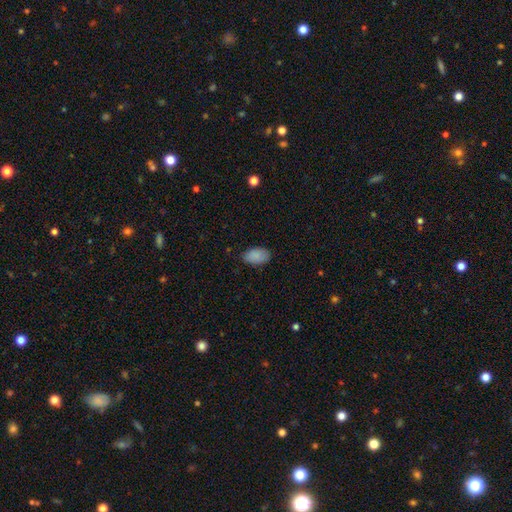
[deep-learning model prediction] Smooth or featured? smooth (89%)
How rounded? in between (93%)
Merging? none (81%)